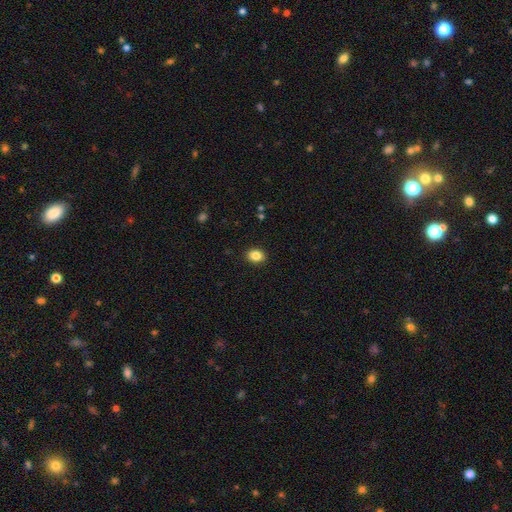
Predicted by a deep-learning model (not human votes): This appears to be a smooth galaxy with no disk features (86%) that is in between round and cigar-shaped (56%). Merging: none (90%).